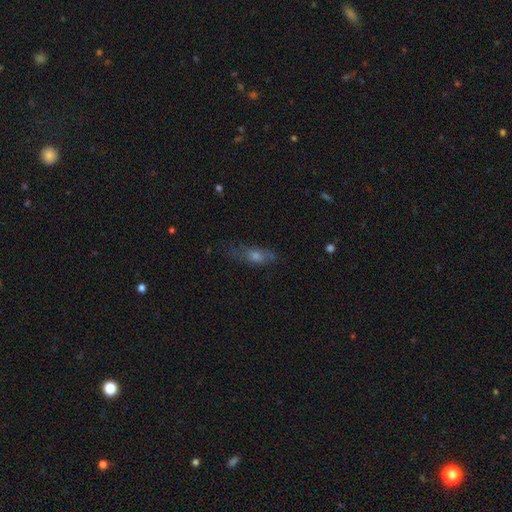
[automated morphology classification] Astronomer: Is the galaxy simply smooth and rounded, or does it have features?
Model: smooth — 49% (runner-up: featured or disk, 35%).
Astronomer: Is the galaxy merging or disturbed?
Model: none — 64%.